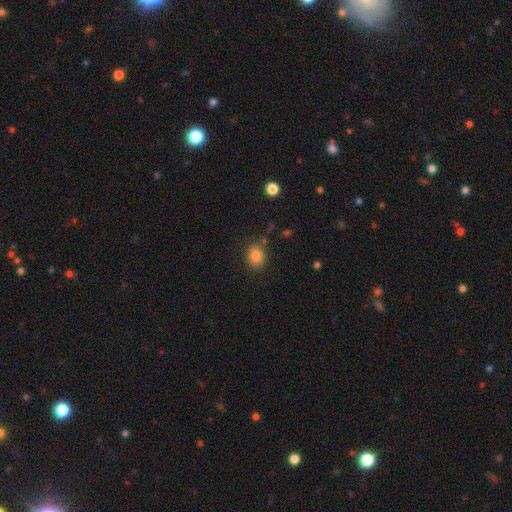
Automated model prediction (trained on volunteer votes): A smooth galaxy with no disk features (84%) that is round (64%). Merging: none (81%).